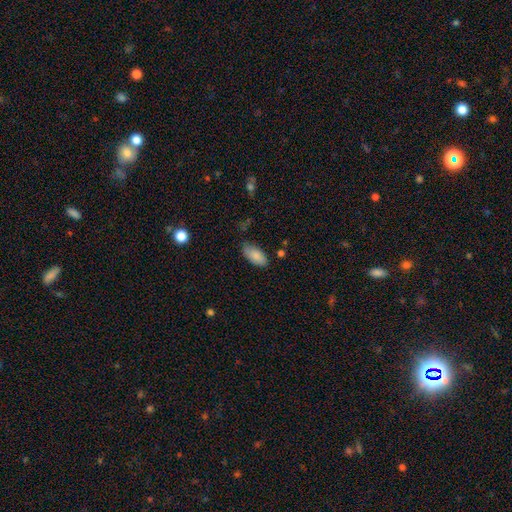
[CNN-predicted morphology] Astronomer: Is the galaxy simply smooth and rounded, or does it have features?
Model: smooth — 86%.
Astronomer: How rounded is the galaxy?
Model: in between — 93%.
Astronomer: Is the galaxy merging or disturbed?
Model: none — 70%.